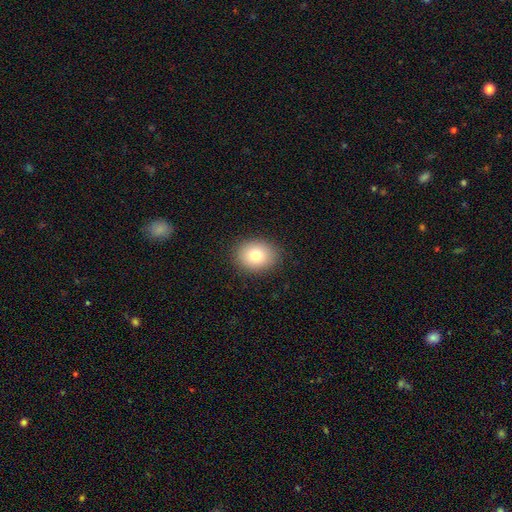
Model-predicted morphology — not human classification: A smooth galaxy with no disk features (81%) that is in between round and cigar-shaped (51%).

Vote fractions:
- Smooth or featured? smooth: 81% / featured or disk: 10% / star or artifact: 9%
- How rounded? in between: 51% / round: 48% / cigar-shaped: 1%
- Merging? none: 89% / minor disturbance: 8% / major disturbance: 2% / merger: 1%